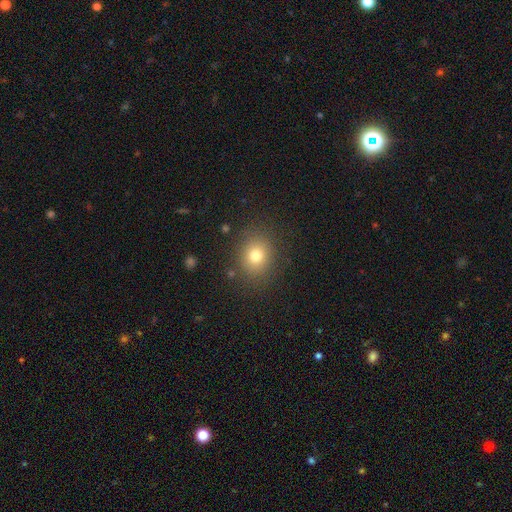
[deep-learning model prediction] Smooth or featured?
  - smooth: 76% *
  - star or artifact: 14%
  - featured or disk: 10%
How rounded?
  - round: 68% *
  - in between: 31%
  - cigar-shaped: 1%
Merging?
  - none: 85% *
  - minor disturbance: 9%
  - major disturbance: 4%
  - merger: 2%